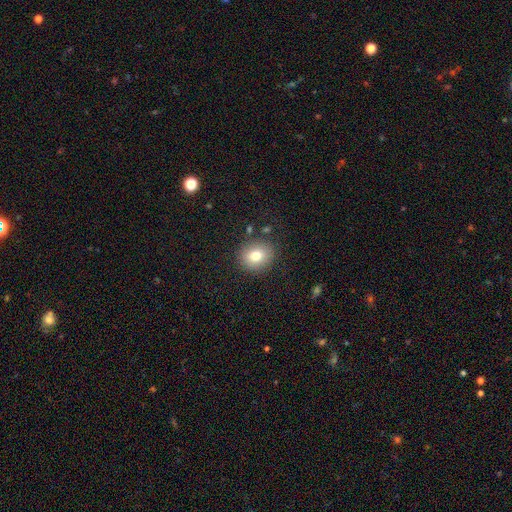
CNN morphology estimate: Smooth or featured? smooth (77%)
How rounded? round (76%)
Merging? none (85%)